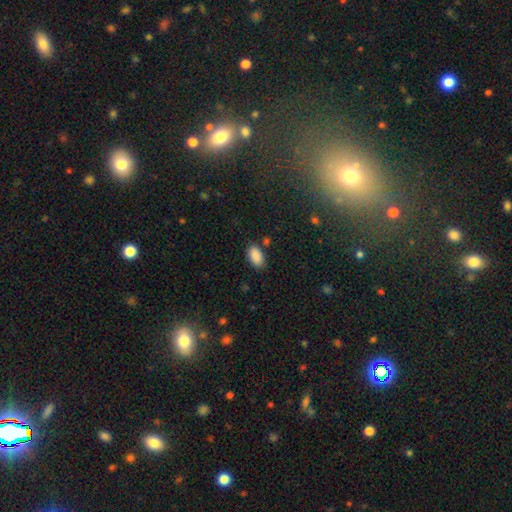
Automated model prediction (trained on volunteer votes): Morphology: type=smooth (89%); roundness=in between (93%); merging=none (80%).